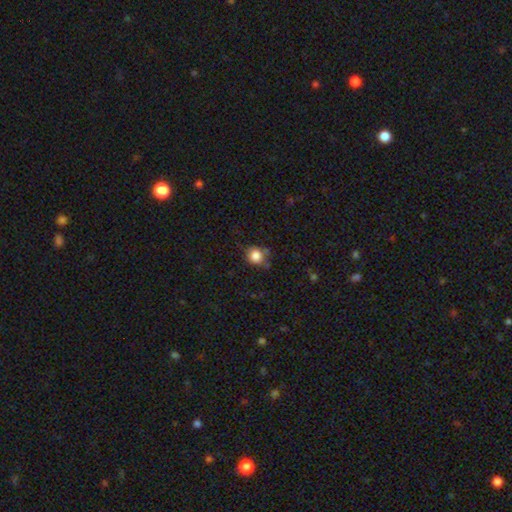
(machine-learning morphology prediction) type=smooth (83%); roundness=round (80%); merging=none (69%).